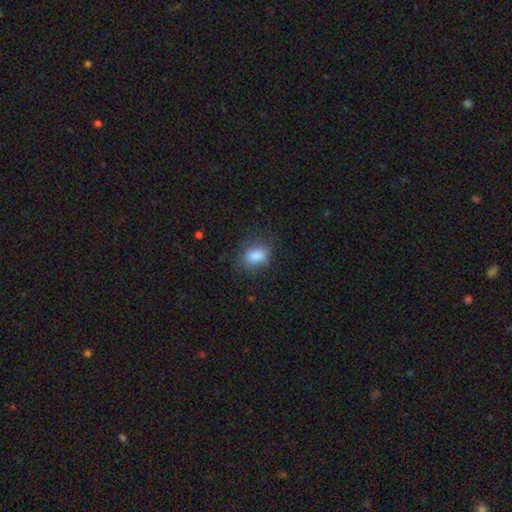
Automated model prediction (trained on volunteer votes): smooth_or_featured: smooth (p=0.84) [alt: star or artifact p=0.09]
how_rounded: in between (p=0.78) [alt: round p=0.19]
merging: none (p=0.72) [alt: minor disturbance p=0.20]